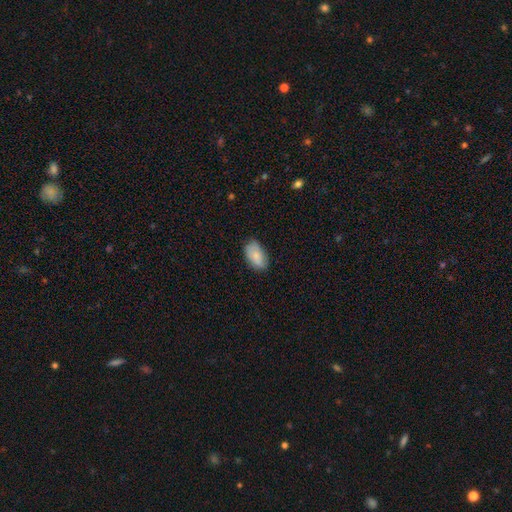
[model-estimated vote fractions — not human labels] Smooth or featured?
  - smooth: 79% *
  - featured or disk: 15%
  - star or artifact: 7%
How rounded?
  - in between: 93% *
  - round: 5%
  - cigar-shaped: 2%
Merging?
  - none: 76% *
  - minor disturbance: 20%
  - major disturbance: 3%
  - merger: 1%